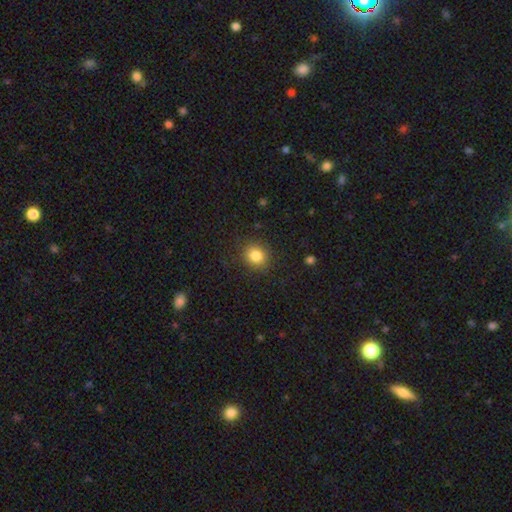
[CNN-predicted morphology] smooth 84%, star or artifact 10%, featured or disk 5%. Down the decision tree: how rounded — round (78%); merging — none (87%).